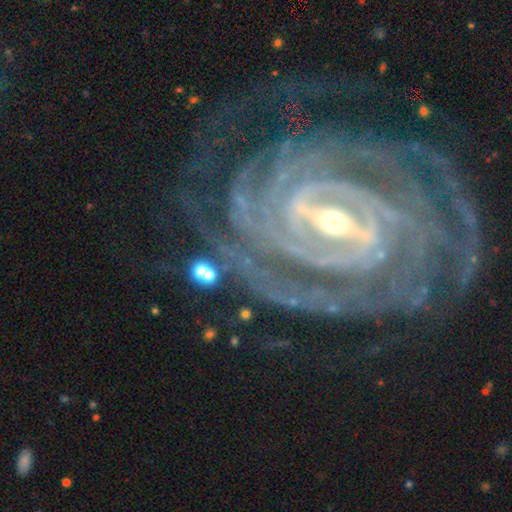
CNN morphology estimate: A featured or disk galaxy (93%) with a strong bar (61%), 4 (23%) tight (83%) spiral arms (98%) and a small central bulge (51%). Merging: none (74%).